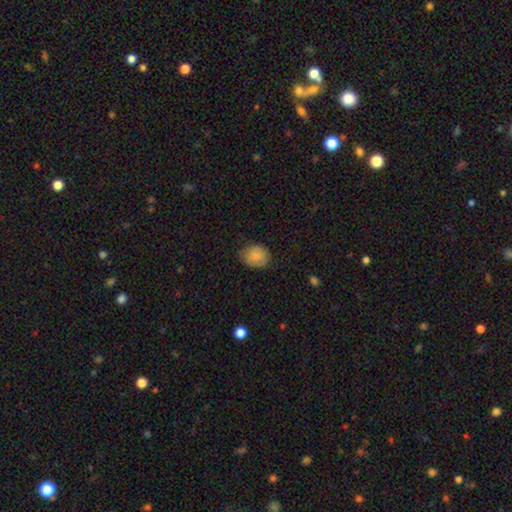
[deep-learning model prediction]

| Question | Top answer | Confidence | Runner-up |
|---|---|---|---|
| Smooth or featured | smooth | 81% | featured or disk (11%) |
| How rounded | round | 54% | in between (45%) |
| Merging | none | 74% | minor disturbance (21%) |